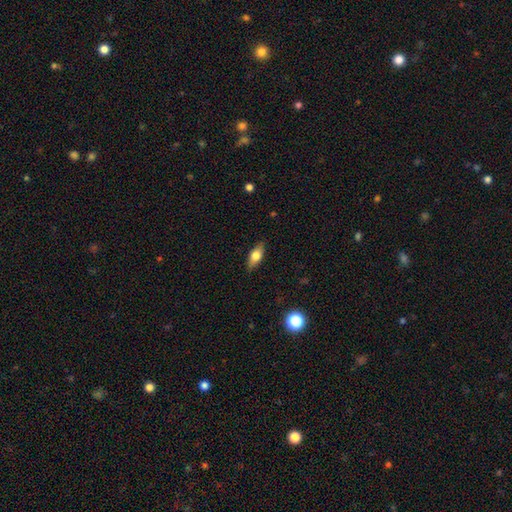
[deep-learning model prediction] This appears to be a smooth galaxy with no disk features (65%) that is in between round and cigar-shaped (75%). Merging: none (87%).